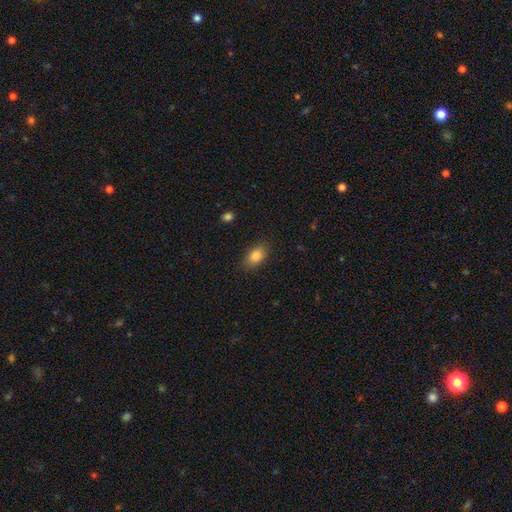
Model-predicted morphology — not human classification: This appears to be a smooth galaxy with no disk features (86%) that is in between round and cigar-shaped (87%). Merging: none (83%).